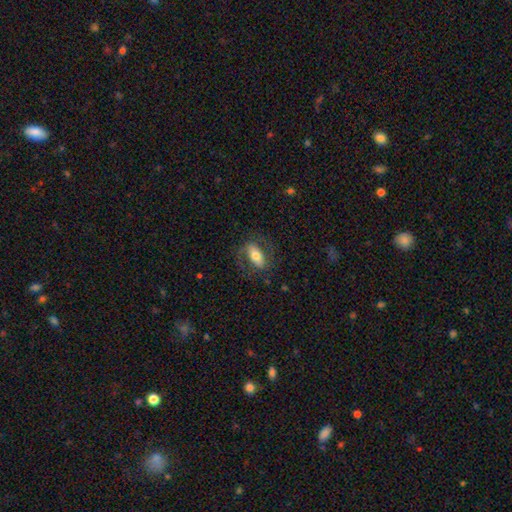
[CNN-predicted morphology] The model was most divided on "smooth or featured": smooth: 49%, featured or disk: 44%, star or artifact: 7%. More confident: merging — none (69%).